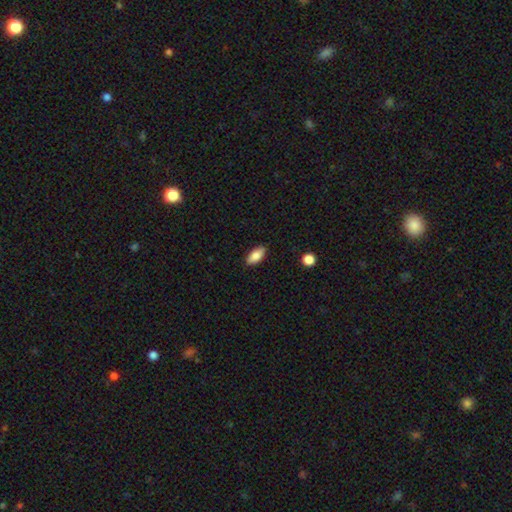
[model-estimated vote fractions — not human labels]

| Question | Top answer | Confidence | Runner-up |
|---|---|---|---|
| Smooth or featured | smooth | 85% | featured or disk (8%) |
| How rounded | in between | 89% | cigar-shaped (9%) |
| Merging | none | 86% | minor disturbance (10%) |